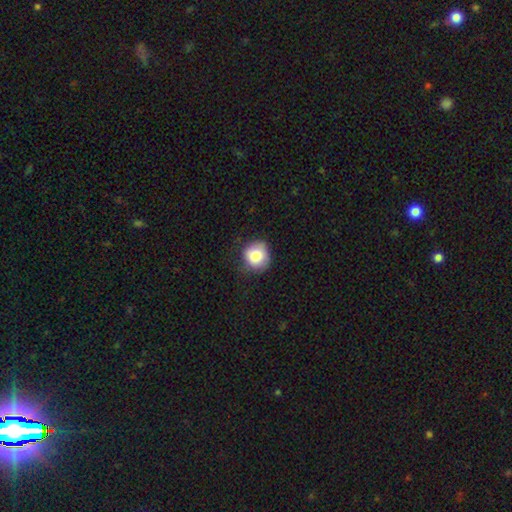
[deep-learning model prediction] smooth_or_featured: smooth (p=0.81) [alt: featured or disk p=0.10]
how_rounded: round (p=0.87) [alt: in between p=0.12]
merging: none (p=0.72) [alt: minor disturbance p=0.22]